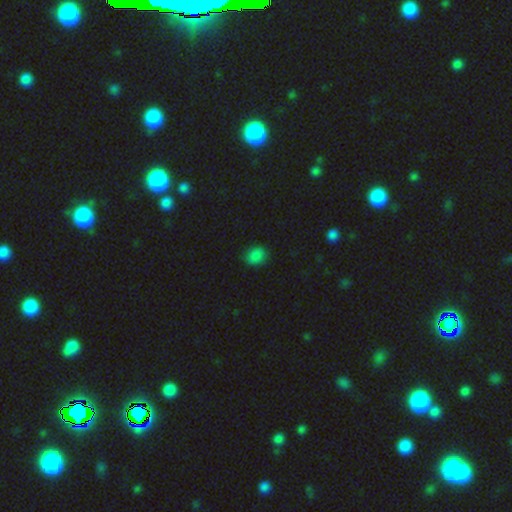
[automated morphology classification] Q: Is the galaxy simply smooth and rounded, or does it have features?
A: smooth — 83%.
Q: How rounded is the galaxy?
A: round — 56%.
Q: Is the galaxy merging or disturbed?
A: none — 84%.